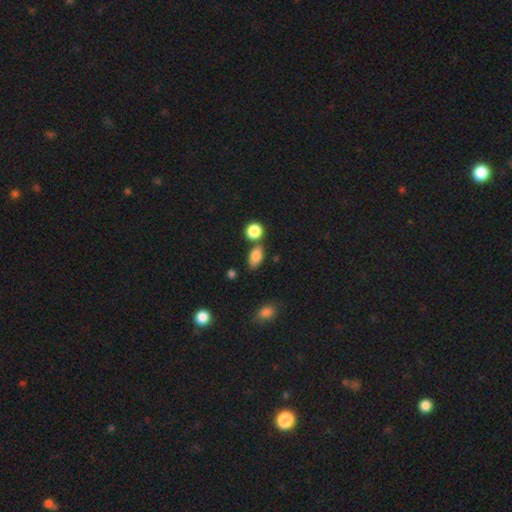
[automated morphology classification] This is clearly a smooth galaxy (84%). How rounded: clearly in between (84%). Merging: likely none (67%).